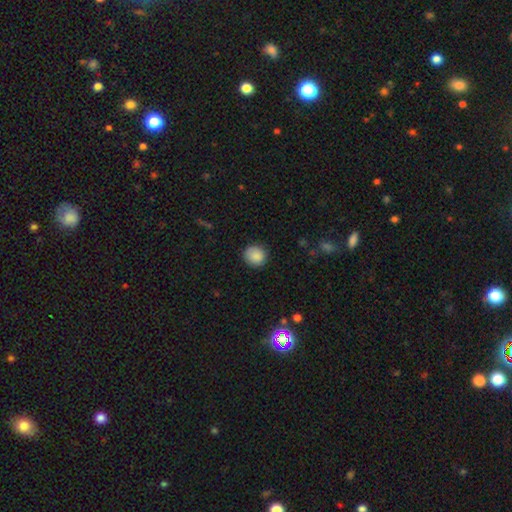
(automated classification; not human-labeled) Smooth or featured?
  - smooth: 88% *
  - star or artifact: 8%
  - featured or disk: 4%
How rounded?
  - round: 89% *
  - in between: 10%
  - cigar-shaped: 1%
Merging?
  - none: 87% *
  - minor disturbance: 10%
  - major disturbance: 2%
  - merger: 1%